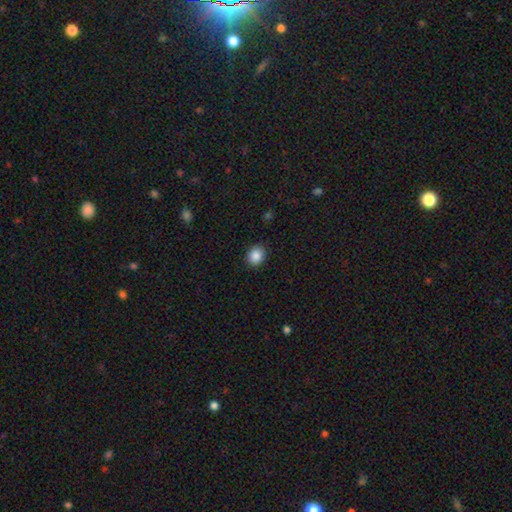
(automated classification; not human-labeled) This is clearly a smooth galaxy (87%). How rounded: likely round (62%). Merging: clearly none (89%).